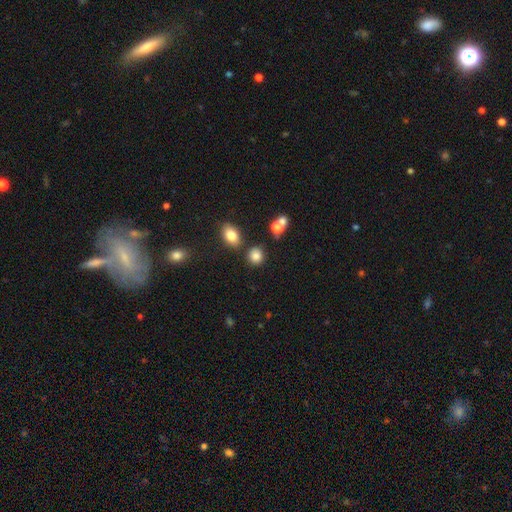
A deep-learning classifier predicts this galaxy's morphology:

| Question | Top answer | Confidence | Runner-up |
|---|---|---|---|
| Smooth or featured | smooth | 83% | star or artifact (11%) |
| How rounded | round | 79% | in between (20%) |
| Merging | none | 79% | minor disturbance (10%) |